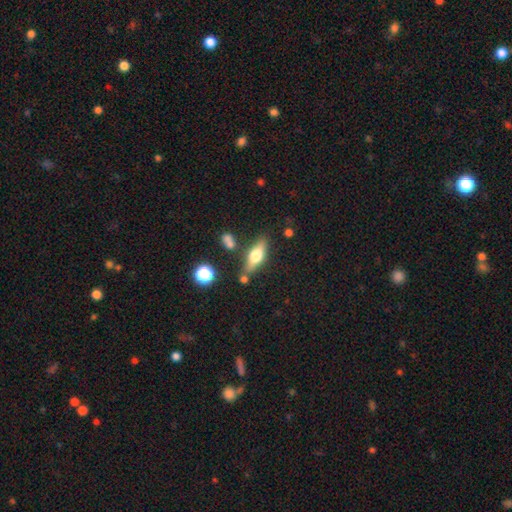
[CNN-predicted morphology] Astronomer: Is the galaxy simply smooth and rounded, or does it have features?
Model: featured or disk — 47% (runner-up: smooth, 45%).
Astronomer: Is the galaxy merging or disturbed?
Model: none — 74%.